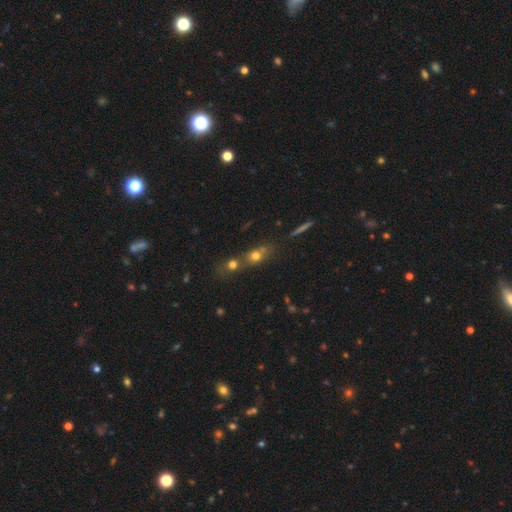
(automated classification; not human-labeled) A smooth galaxy with no disk features (65%) that is round (55%).

Vote fractions:
- Smooth or featured? smooth: 65% / featured or disk: 19% / star or artifact: 16%
- How rounded? round: 55% / in between: 32% / cigar-shaped: 13%
- Merging? merger: 57% / none: 32% / minor disturbance: 7% / major disturbance: 4%